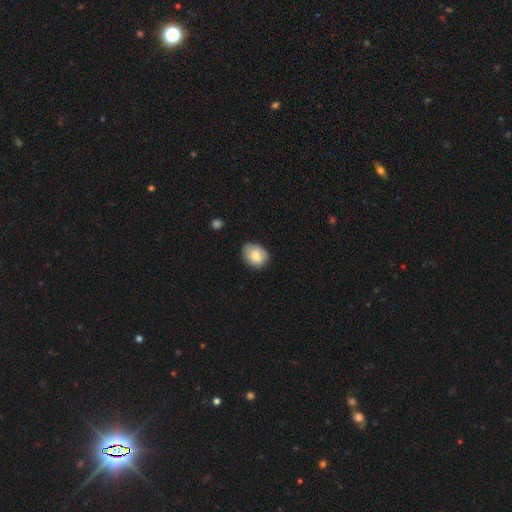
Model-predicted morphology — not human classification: Smooth or featured? Predicted: smooth (p=0.78). How rounded? Predicted: in between (p=0.60). Merging? Predicted: none (p=0.71).